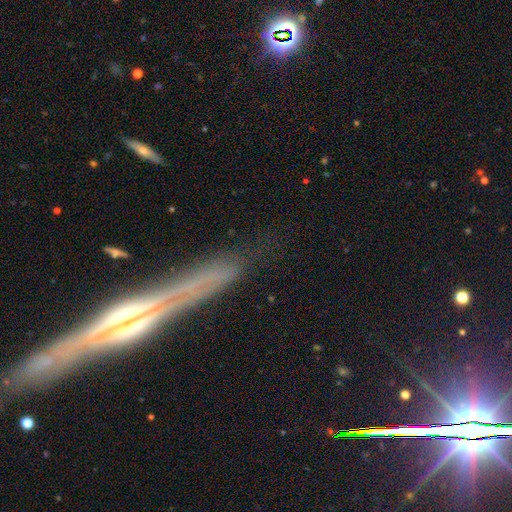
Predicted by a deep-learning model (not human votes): smooth-or-featured: featured or disk: 63% | star or artifact: 20% | smooth: 17%
  disk-edge-on: yes: 85% | no: 15%
    edge-on-bulge: rounded: 59% | none: 21% | boxy: 20%
  merging: none: 77% | minor disturbance: 13% | major disturbance: 6% | merger: 3%